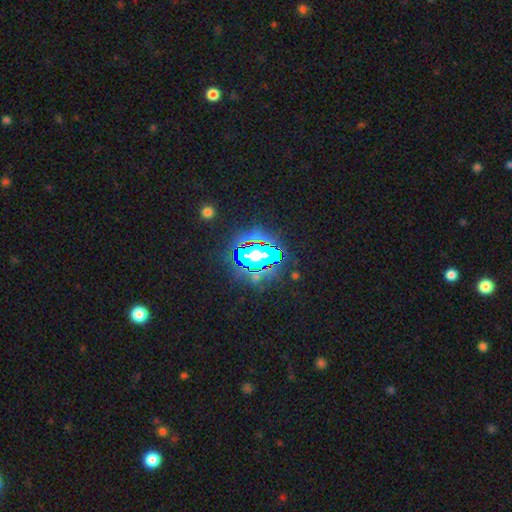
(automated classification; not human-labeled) A star or artifact, not a galaxy (63%).

Vote fractions:
- Smooth or featured? star or artifact: 63% / smooth: 22% / featured or disk: 15%